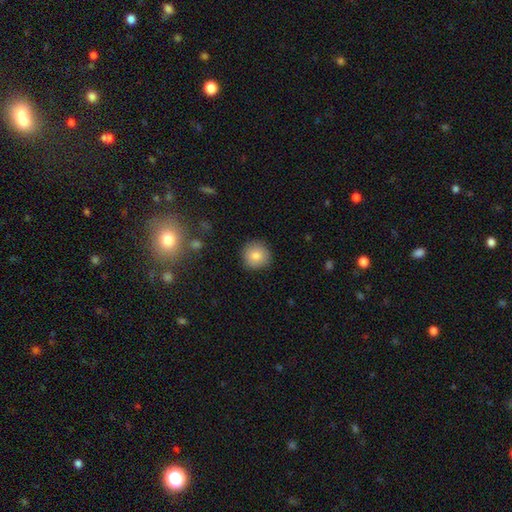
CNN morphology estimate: type=smooth (83%); roundness=round (94%); merging=none (90%).